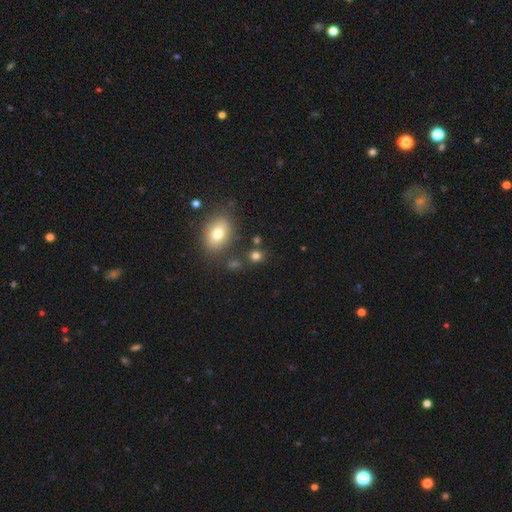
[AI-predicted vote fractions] Morphology: type=smooth (77%); roundness=round (67%); merging=none (77%).